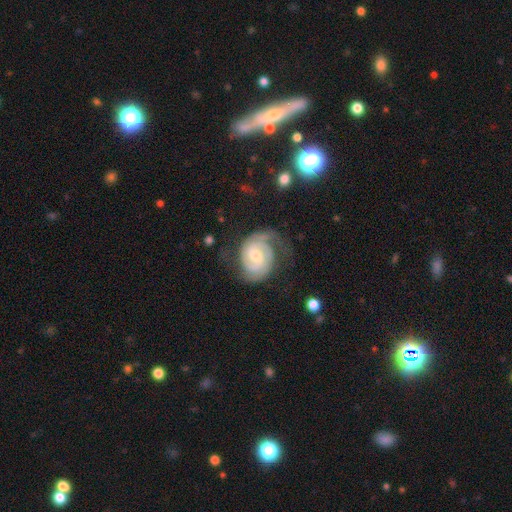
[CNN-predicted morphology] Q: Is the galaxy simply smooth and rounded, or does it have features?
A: featured or disk — 84%.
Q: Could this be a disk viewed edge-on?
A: no — 97%.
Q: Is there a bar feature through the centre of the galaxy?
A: no — 54%.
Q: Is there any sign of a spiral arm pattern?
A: yes — 96%.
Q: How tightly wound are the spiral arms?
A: tight — 52%.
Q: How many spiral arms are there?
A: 2 — 71%.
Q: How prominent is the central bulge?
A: moderate — 60%.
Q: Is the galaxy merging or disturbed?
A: none — 60%.